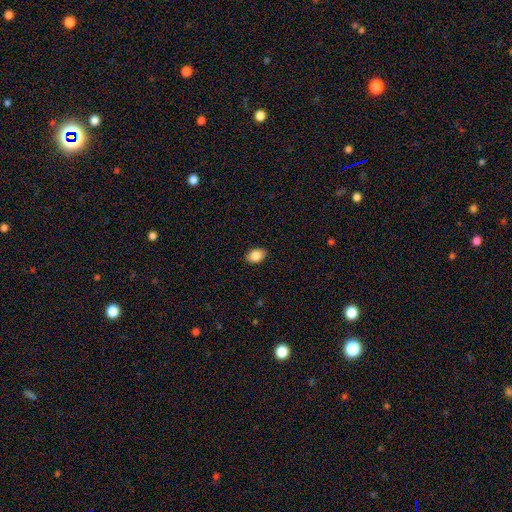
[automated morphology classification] smooth 86%, star or artifact 8%, featured or disk 7%. Down the decision tree: how rounded — in between (85%); merging — none (87%).